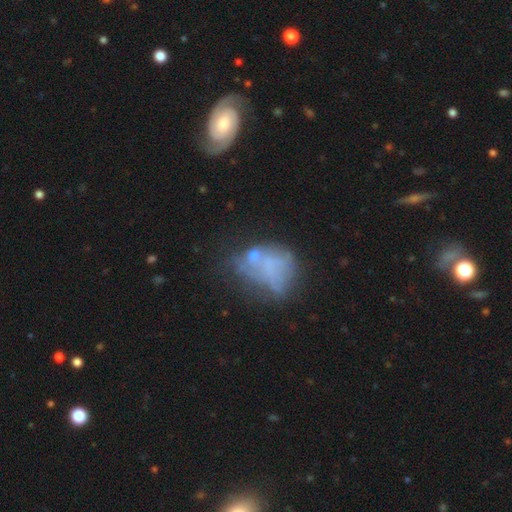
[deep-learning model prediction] Q: Smooth or featured?
A: featured or disk (46%); runner-up: smooth (39%)
Q: Merging?
A: none (30%); tied with: major disturbance (30%)